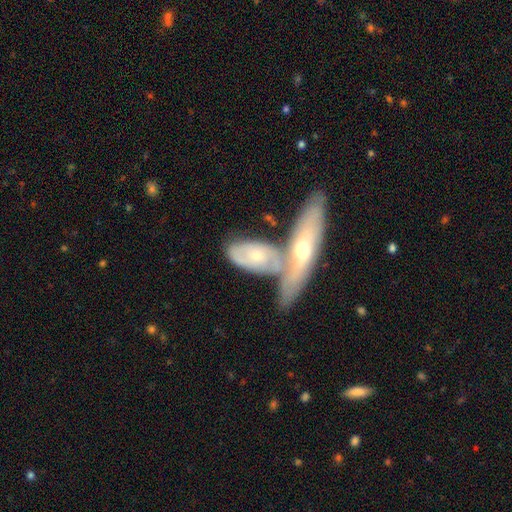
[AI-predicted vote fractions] Smooth or featured? Predicted: featured or disk (p=0.60). Edge-on disk? Predicted: no (p=0.74). Merging? Predicted: merger (p=0.49).